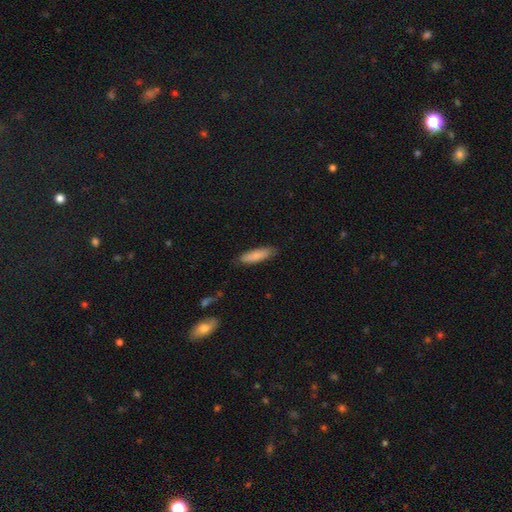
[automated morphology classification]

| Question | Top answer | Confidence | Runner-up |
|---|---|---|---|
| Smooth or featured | smooth | 85% | featured or disk (9%) |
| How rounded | cigar-shaped | 61% | in between (38%) |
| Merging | none | 83% | minor disturbance (13%) |